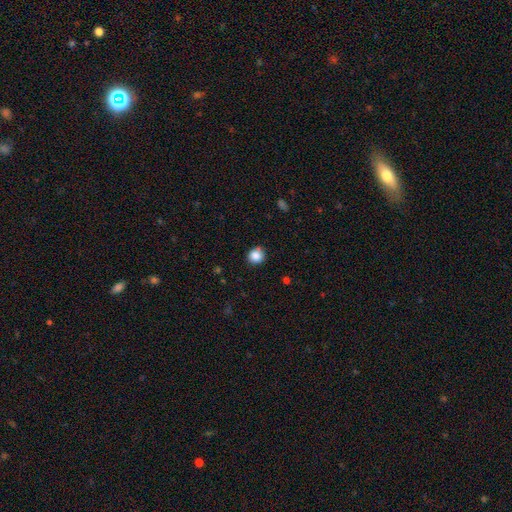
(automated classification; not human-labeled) Overall: smooth (86%). How rounded: round (88%). Merging: none (85%).